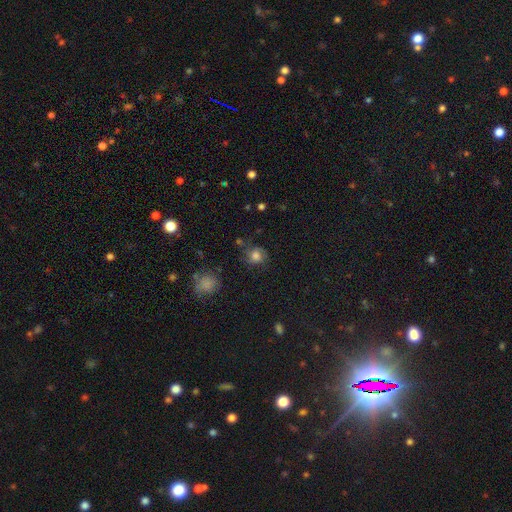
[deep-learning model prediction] A smooth galaxy with no disk features (68%) that is round (77%). Merging: none (64%).